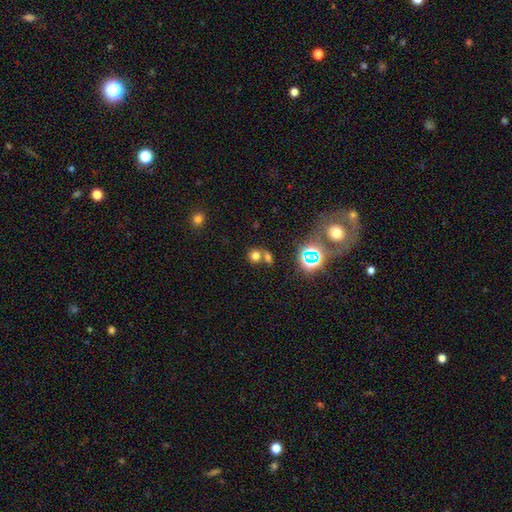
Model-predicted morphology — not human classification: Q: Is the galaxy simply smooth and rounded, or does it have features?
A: smooth — 67%.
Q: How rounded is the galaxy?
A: round — 80%.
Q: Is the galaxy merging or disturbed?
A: none — 50%.